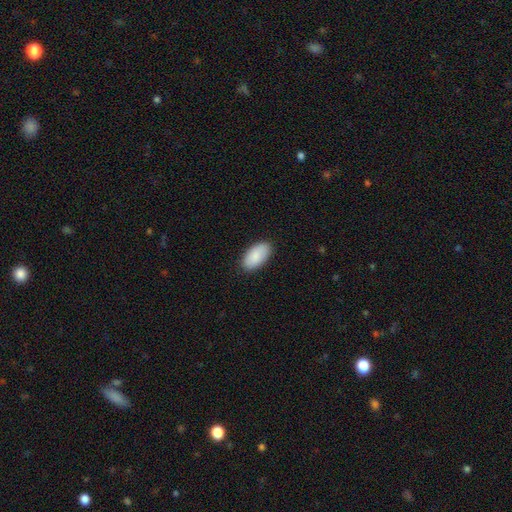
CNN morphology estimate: A smooth galaxy with no disk features (89%) that is in between round and cigar-shaped (95%). Merging: none (87%).